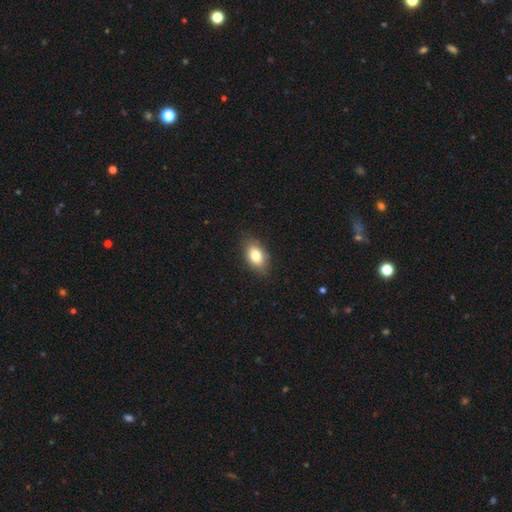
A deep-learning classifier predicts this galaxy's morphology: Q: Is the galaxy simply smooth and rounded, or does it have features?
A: smooth — 81%.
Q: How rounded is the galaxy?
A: in between — 89%.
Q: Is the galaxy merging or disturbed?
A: none — 84%.